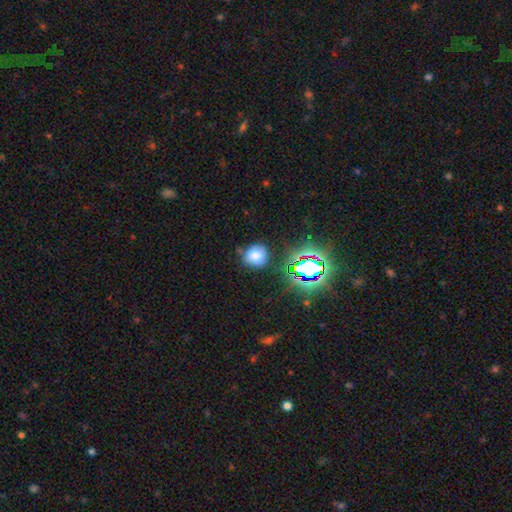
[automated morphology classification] smooth_or_featured: smooth (p=0.71) [alt: star or artifact p=0.19]
how_rounded: round (p=0.82) [alt: in between p=0.17]
merging: none (p=0.73) [alt: minor disturbance p=0.17]